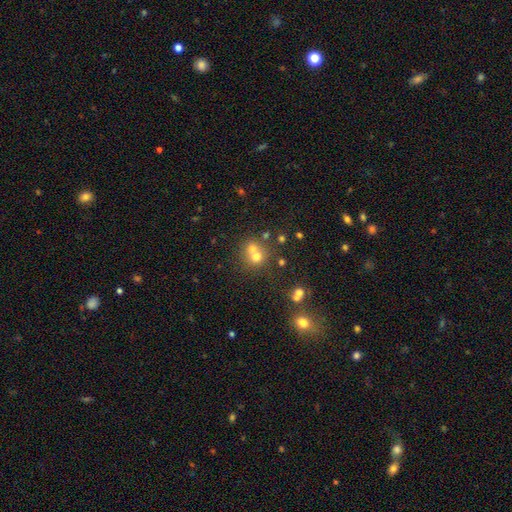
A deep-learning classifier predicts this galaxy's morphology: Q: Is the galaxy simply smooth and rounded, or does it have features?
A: smooth — 63%.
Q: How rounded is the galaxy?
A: round — 83%.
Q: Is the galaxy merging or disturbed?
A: merger — 49%.